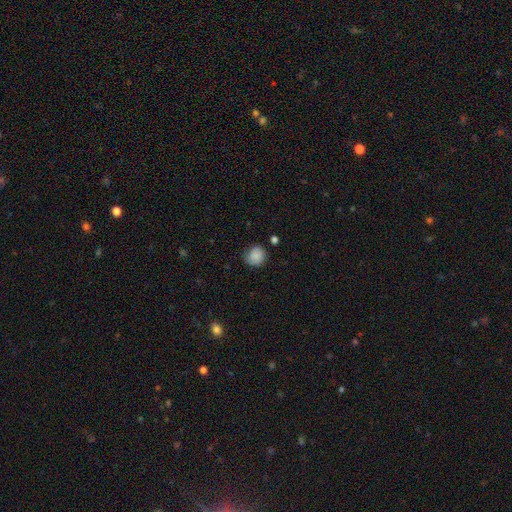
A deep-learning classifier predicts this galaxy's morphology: Overall: smooth (84%). How rounded: round (84%). Merging: none (72%).